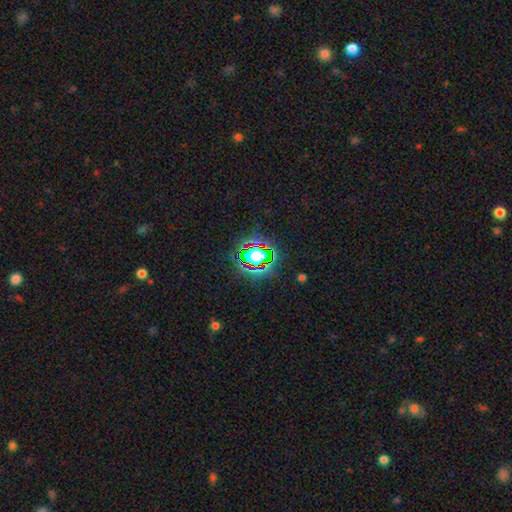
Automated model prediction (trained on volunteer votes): This is likely a star or artifact rather than a galaxy (63%).